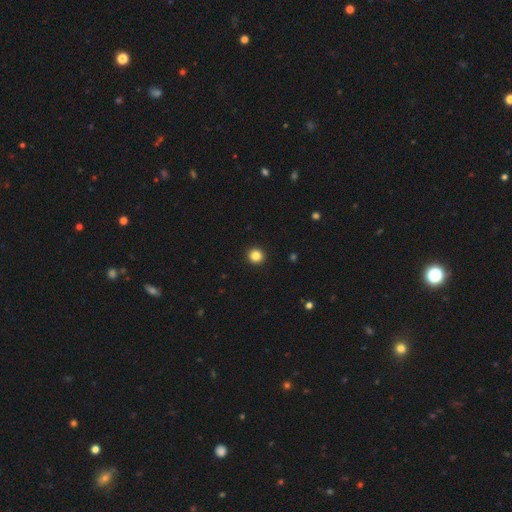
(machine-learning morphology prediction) The model was most divided on "smooth or featured": smooth: 86%, star or artifact: 11%, featured or disk: 4%. More confident: how rounded — round (94%); merging — none (94%).